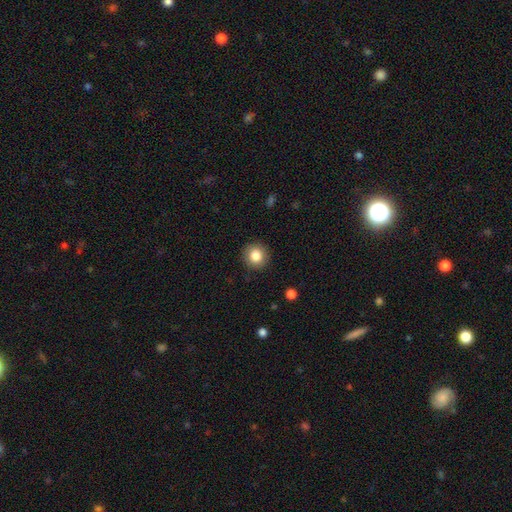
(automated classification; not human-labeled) A smooth galaxy with no disk features (84%) that is round (93%).

Vote fractions:
- Smooth or featured? smooth: 84% / star or artifact: 9% / featured or disk: 7%
- How rounded? round: 93% / in between: 6% / cigar-shaped: 1%
- Merging? none: 90% / minor disturbance: 7% / major disturbance: 2% / merger: 1%